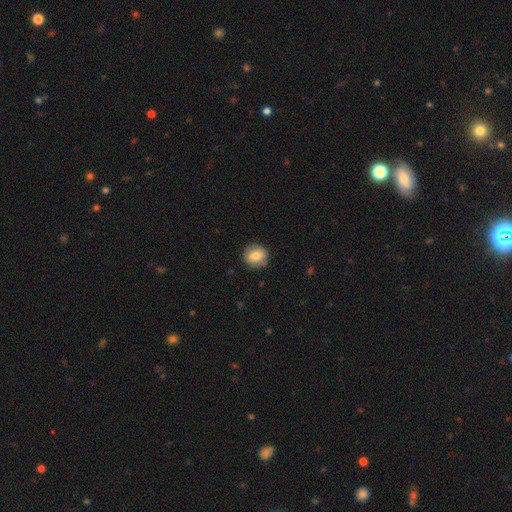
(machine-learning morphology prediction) A smooth galaxy with no disk features (79%) that is round (87%). Merging: none (86%).